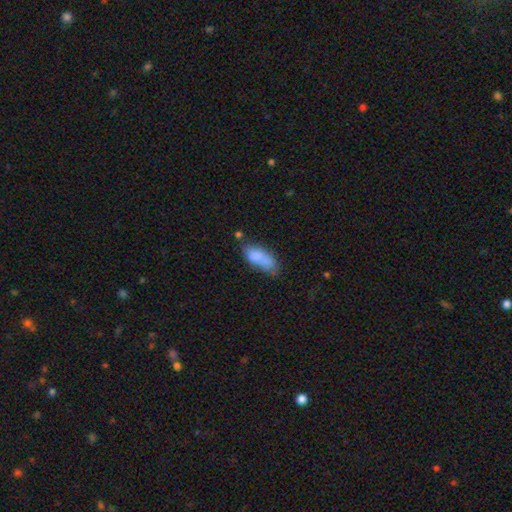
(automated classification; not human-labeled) Smooth or featured?
  - smooth: 78% *
  - featured or disk: 14%
  - star or artifact: 8%
How rounded?
  - in between: 81% *
  - cigar-shaped: 17%
  - round: 3%
Merging?
  - none: 44% *
  - minor disturbance: 30%
  - merger: 13%
  - major disturbance: 12%